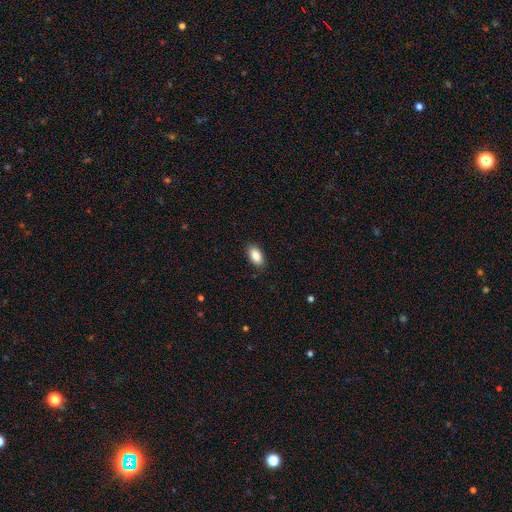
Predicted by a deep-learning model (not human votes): The model was most divided on "merging": none: 87%, minor disturbance: 10%, major disturbance: 2%, merger: 1%. More confident: how rounded — in between (93%); smooth or featured — smooth (88%).